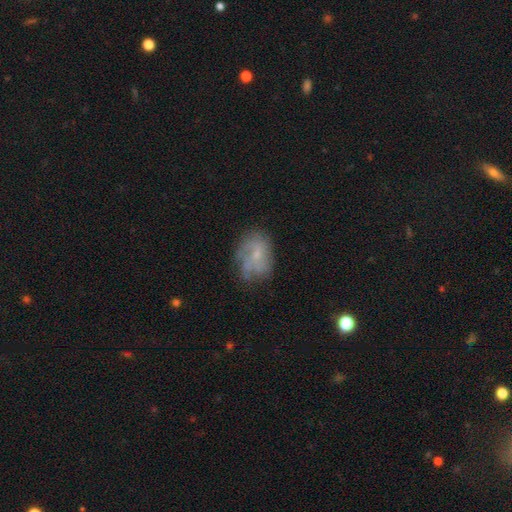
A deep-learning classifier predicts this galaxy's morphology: Smooth or featured? Predicted: featured or disk (p=0.57). Edge-on disk? Predicted: no (p=0.97). Bar? Predicted: no (p=0.70). Spiral arms? Predicted: yes (p=0.68). Bulge size? Predicted: small (p=0.69). Merging? Predicted: none (p=0.58).